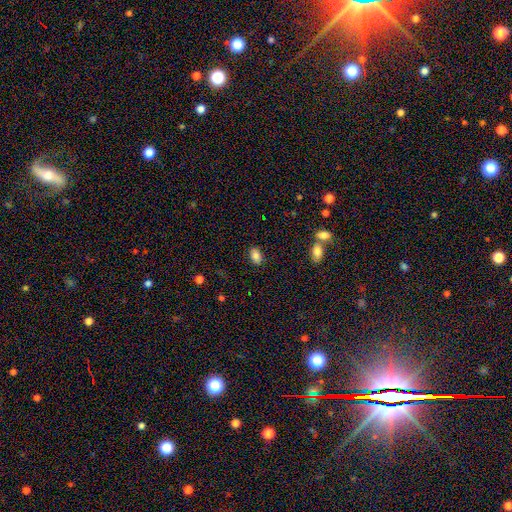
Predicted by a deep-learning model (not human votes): A smooth galaxy with no disk features (84%) that is in between round and cigar-shaped (88%).

Vote fractions:
- Smooth or featured? smooth: 84% / star or artifact: 9% / featured or disk: 7%
- How rounded? in between: 88% / round: 10% / cigar-shaped: 2%
- Merging? none: 85% / minor disturbance: 10% / merger: 3% / major disturbance: 3%